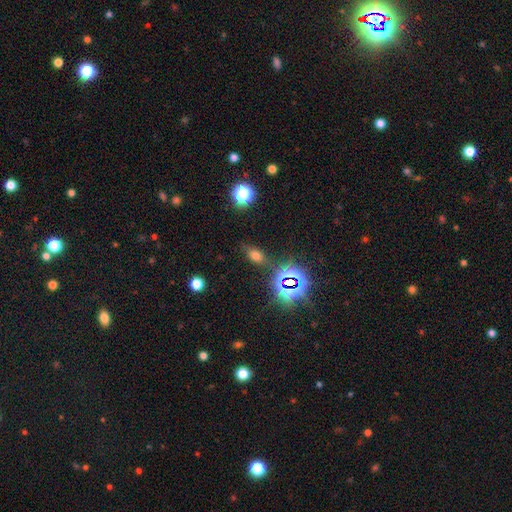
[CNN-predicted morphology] smooth-or-featured: smooth: 57% | star or artifact: 31% | featured or disk: 12%
  how-rounded: in between: 77% | round: 18% | cigar-shaped: 6%
  merging: none: 79% | minor disturbance: 13% | major disturbance: 5% | merger: 4%